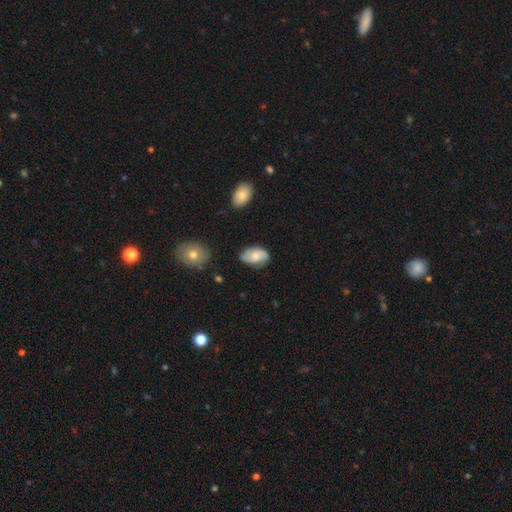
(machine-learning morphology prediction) Smooth or featured?
  - smooth: 60% *
  - featured or disk: 33%
  - star or artifact: 7%
How rounded?
  - in between: 91% *
  - round: 7%
  - cigar-shaped: 2%
Merging?
  - none: 71% *
  - minor disturbance: 22%
  - major disturbance: 5%
  - merger: 2%